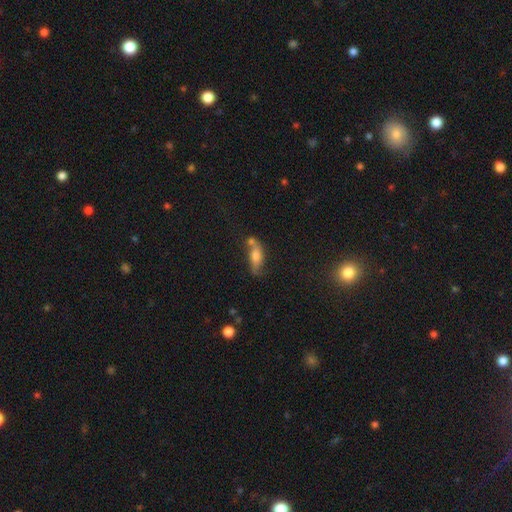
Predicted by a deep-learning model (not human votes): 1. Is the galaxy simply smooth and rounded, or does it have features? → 56% smooth, 33% featured or disk, 11% star or artifact.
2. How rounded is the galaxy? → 68% in between, 26% cigar-shaped, 6% round.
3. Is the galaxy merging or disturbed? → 42% none, 27% merger, 21% minor disturbance, 11% major disturbance.